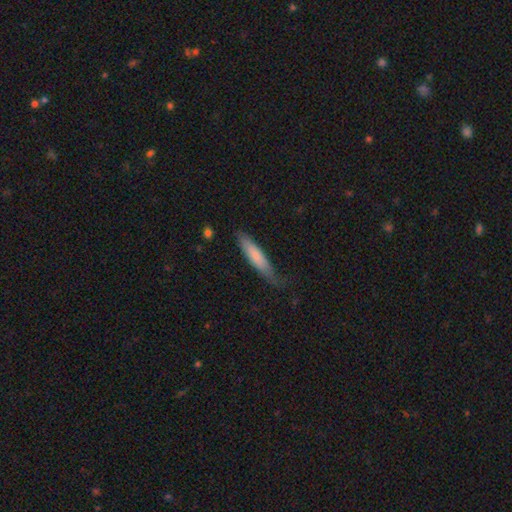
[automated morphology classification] Smooth or featured?
  - smooth: 71% *
  - featured or disk: 24%
  - star or artifact: 5%
How rounded?
  - cigar-shaped: 82% *
  - in between: 17%
  - round: 1%
Merging?
  - none: 65% *
  - minor disturbance: 27%
  - major disturbance: 7%
  - merger: 2%